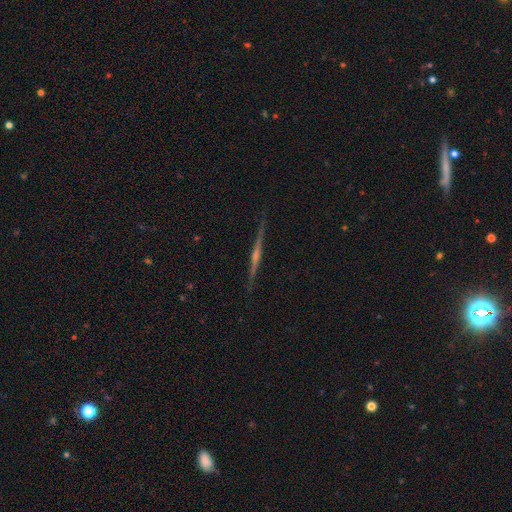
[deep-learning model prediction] Smooth or featured? featured or disk (80%)
Edge-on disk? yes (98%)
Edge-on bulge? rounded (63%)
Merging? none (90%)